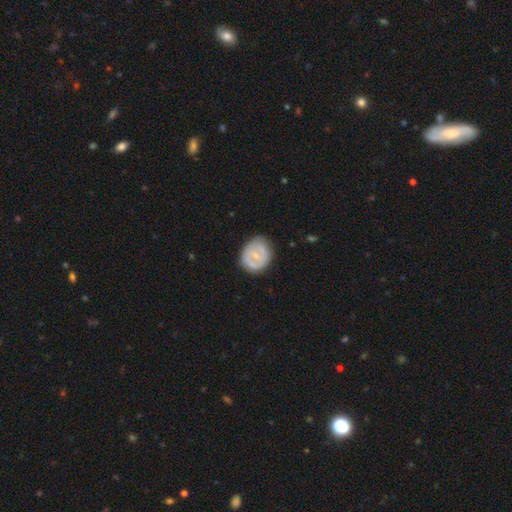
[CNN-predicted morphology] Smooth or featured?
  - featured or disk: 50% *
  - smooth: 44%
  - star or artifact: 6%
Edge-on disk?
  - no: 96% *
  - yes: 4%
Merging?
  - none: 71% *
  - minor disturbance: 21%
  - major disturbance: 6%
  - merger: 2%